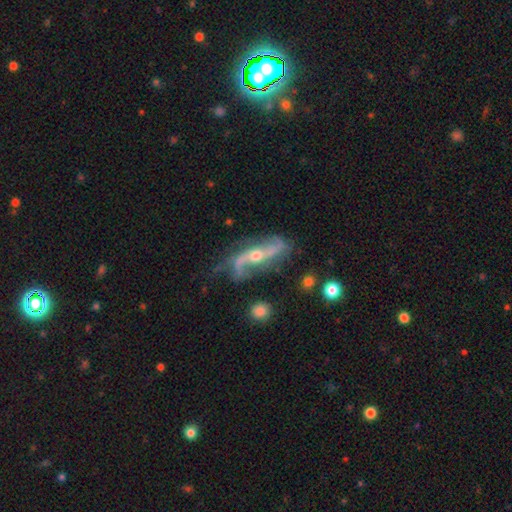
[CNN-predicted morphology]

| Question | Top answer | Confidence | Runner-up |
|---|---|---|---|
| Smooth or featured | featured or disk | 88% | smooth (7%) |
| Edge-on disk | no | 86% | yes (14%) |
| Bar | no | 47% | weak (29%) |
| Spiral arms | yes | 95% | no (5%) |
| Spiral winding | loose | 79% | medium (16%) |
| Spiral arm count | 2 | 91% | 1 (3%) |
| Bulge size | moderate | 63% | small (30%) |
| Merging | none | 56% | minor disturbance (23%) |